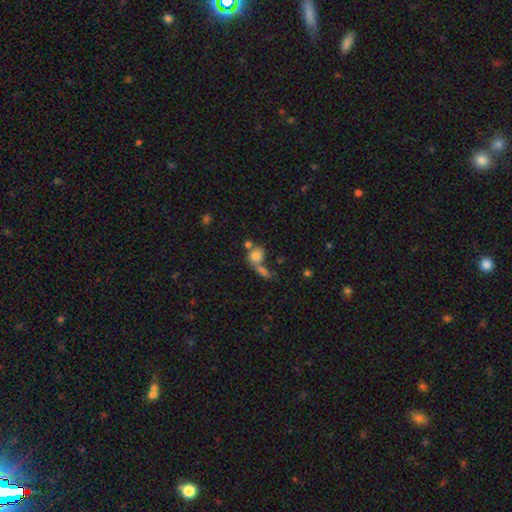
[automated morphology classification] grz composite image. It shows a smooth galaxy with no disk features (76%) that is round (68%). Merging: merger (46%).